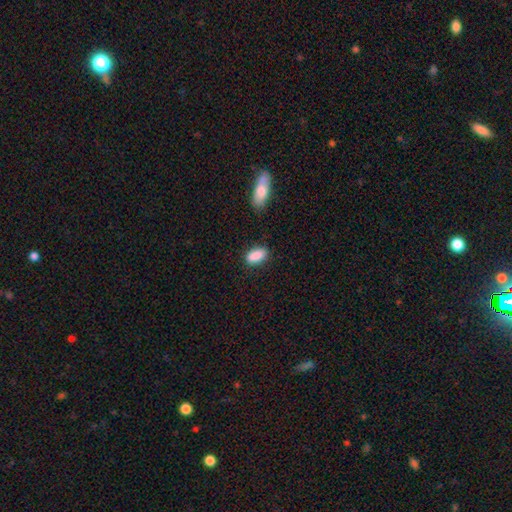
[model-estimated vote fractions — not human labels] smooth-or-featured: smooth: 88% | star or artifact: 7% | featured or disk: 5%
  how-rounded: in between: 86% | cigar-shaped: 10% | round: 4%
  merging: none: 80% | minor disturbance: 14% | major disturbance: 3% | merger: 3%